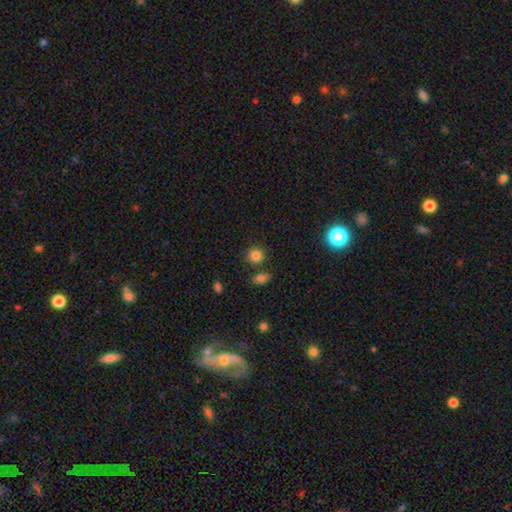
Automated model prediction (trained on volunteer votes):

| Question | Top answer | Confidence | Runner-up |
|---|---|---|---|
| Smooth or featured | smooth | 83% | star or artifact (12%) |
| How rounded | round | 86% | in between (13%) |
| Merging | none | 77% | minor disturbance (10%) |